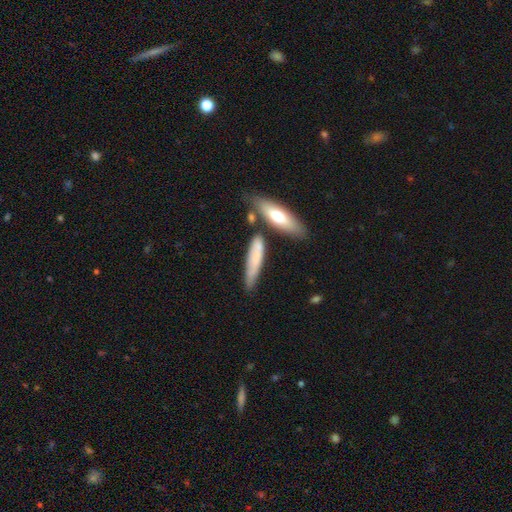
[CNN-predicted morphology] smooth 69%, featured or disk 25%, star or artifact 6%. Down the decision tree: how rounded — cigar-shaped (79%); merging — none (59%).